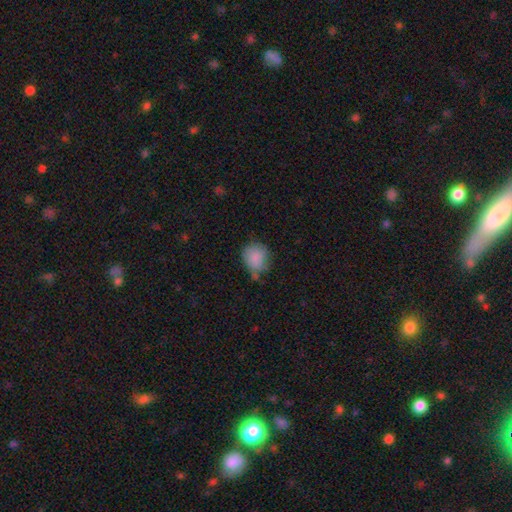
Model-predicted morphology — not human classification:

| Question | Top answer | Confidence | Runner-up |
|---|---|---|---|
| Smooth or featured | smooth | 84% | star or artifact (8%) |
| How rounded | round | 77% | in between (22%) |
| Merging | none | 52% | minor disturbance (32%) |